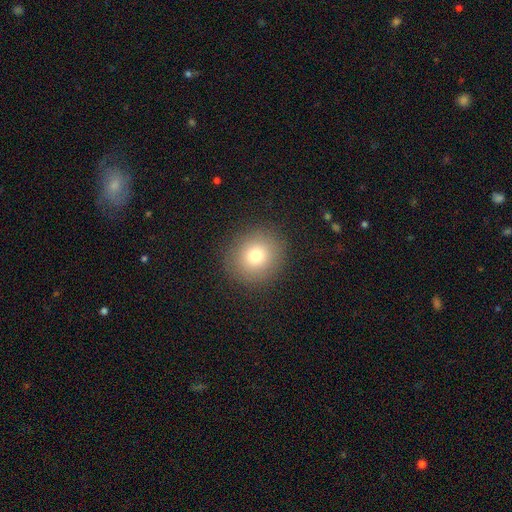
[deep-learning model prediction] Smooth or featured?
  - smooth: 77% *
  - star or artifact: 13%
  - featured or disk: 11%
How rounded?
  - round: 87% *
  - in between: 12%
  - cigar-shaped: 1%
Merging?
  - none: 89% *
  - minor disturbance: 7%
  - major disturbance: 3%
  - merger: 1%